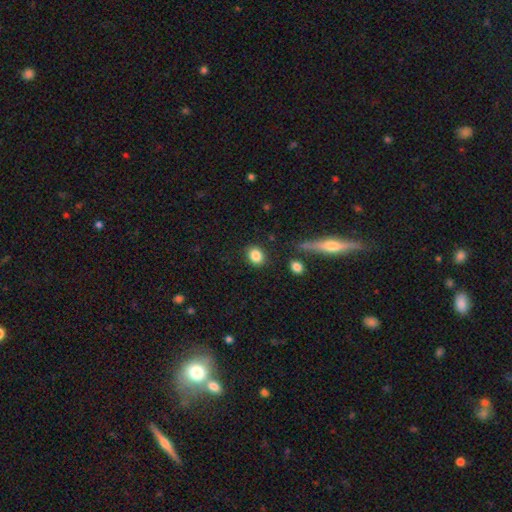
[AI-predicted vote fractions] Morphology: type=smooth (85%); roundness=round (56%); merging=none (85%).